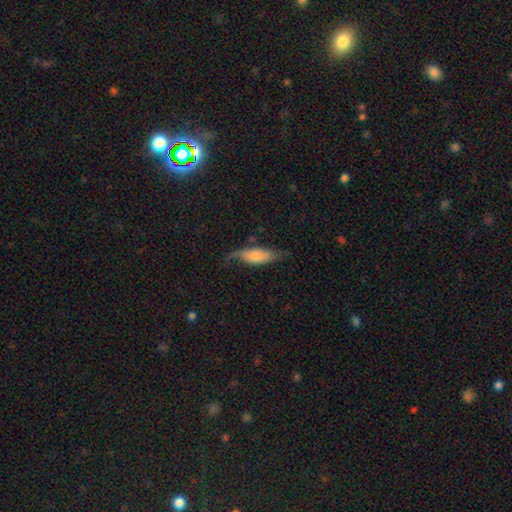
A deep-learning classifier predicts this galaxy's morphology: The model was most divided on "smooth or featured": smooth: 55%, featured or disk: 38%, star or artifact: 6%. More confident: how rounded — in between (65%); merging — none (52%).